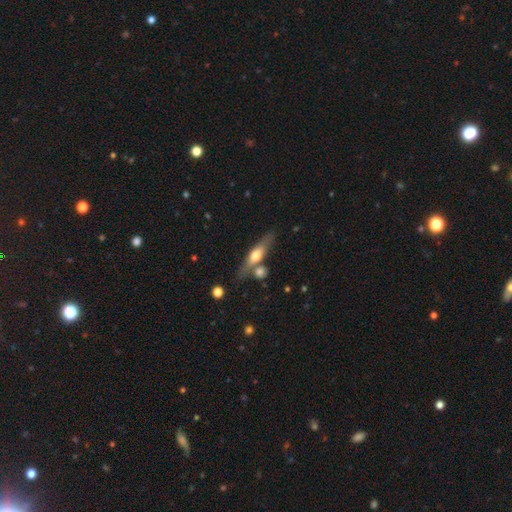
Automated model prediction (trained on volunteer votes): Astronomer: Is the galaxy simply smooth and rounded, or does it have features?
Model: featured or disk — 50% (runner-up: smooth, 43%).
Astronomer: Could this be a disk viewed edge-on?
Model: yes — 86%.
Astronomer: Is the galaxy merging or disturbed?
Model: none — 65%.